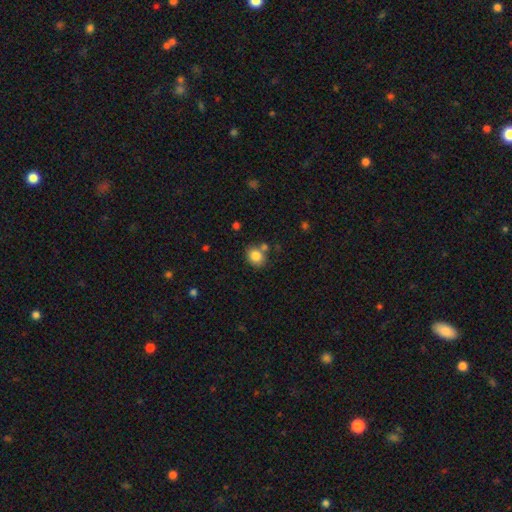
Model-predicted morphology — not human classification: smooth-or-featured: smooth: 83% | star or artifact: 10% | featured or disk: 7%
  how-rounded: round: 66% | in between: 33% | cigar-shaped: 1%
  merging: none: 70% | merger: 14% | minor disturbance: 13% | major disturbance: 4%